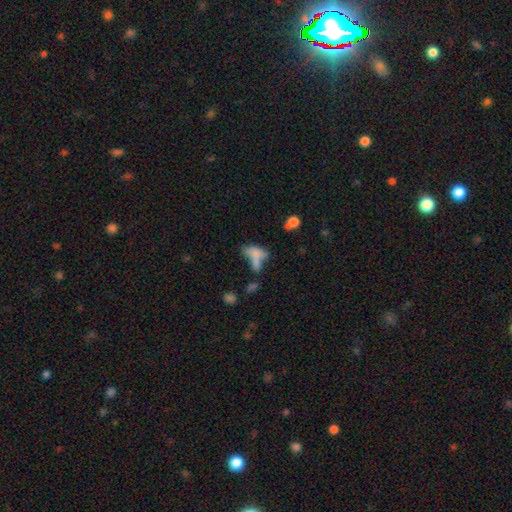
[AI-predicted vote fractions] Overall: smooth (67%). How rounded: in between (80%). Merging: merger (43%; none 24%).